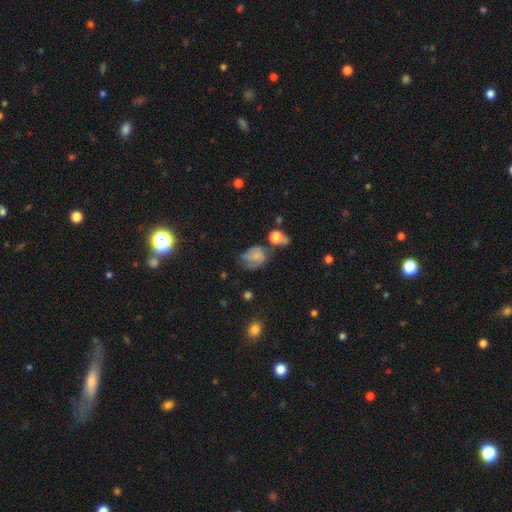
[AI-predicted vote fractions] This is possibly a smooth galaxy (47%). Merging: marginally none (36%).